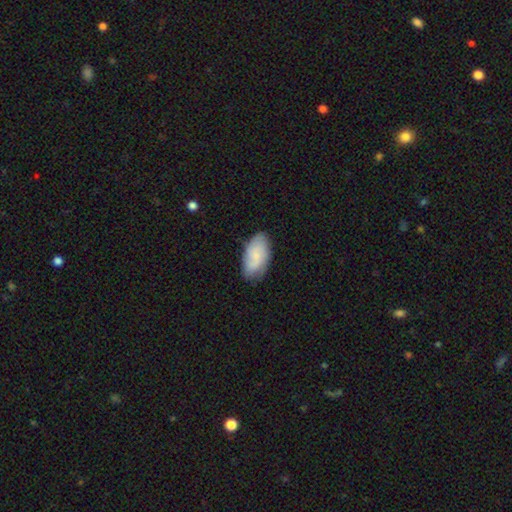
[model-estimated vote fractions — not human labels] Overall: smooth (68%). How rounded: in between (94%). Merging: none (71%).